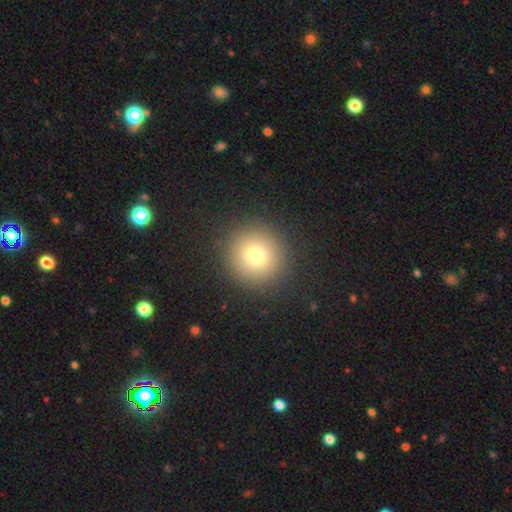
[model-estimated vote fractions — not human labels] Smooth or featured? smooth (76%)
How rounded? round (95%)
Merging? none (91%)